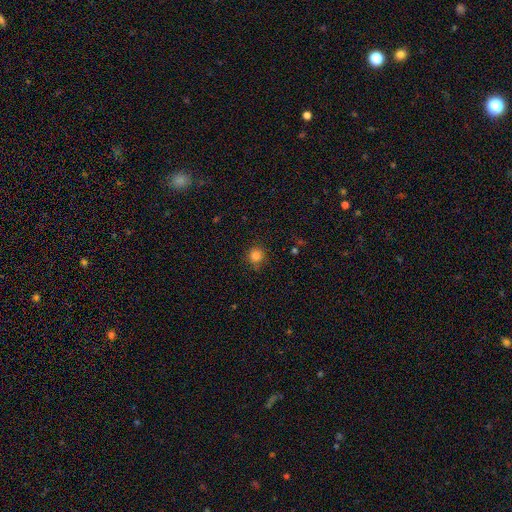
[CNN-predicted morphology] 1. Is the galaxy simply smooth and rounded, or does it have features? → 83% smooth, 12% star or artifact, 4% featured or disk.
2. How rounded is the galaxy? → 93% round, 6% in between, 1% cigar-shaped.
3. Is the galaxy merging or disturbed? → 86% none, 10% minor disturbance, 3% major disturbance, 1% merger.